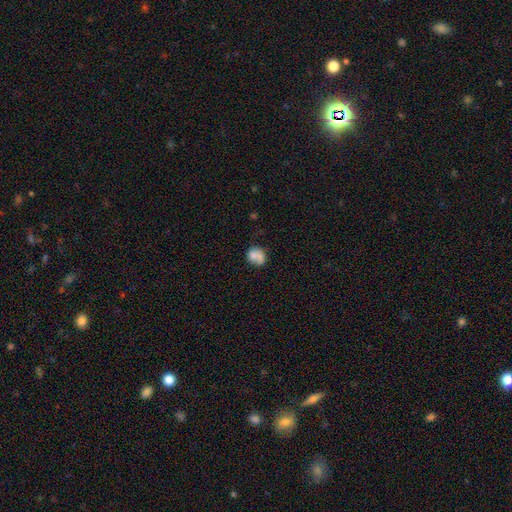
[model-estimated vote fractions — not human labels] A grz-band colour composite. It shows a smooth galaxy with no disk features (68%) that is round (67%). Merging: none (36%).